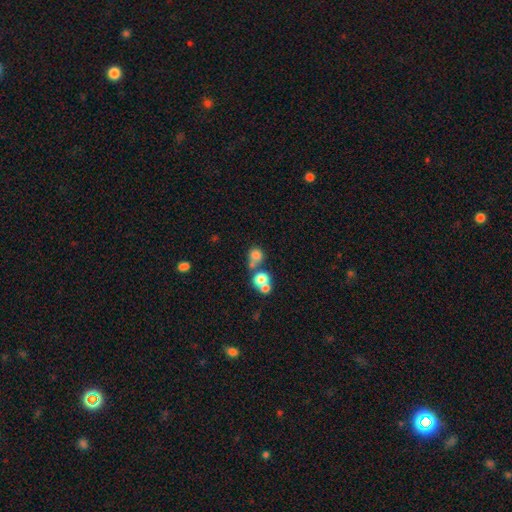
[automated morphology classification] This is likely a smooth galaxy (73%). How rounded: clearly round (81%). Merging: marginally merger (44%).